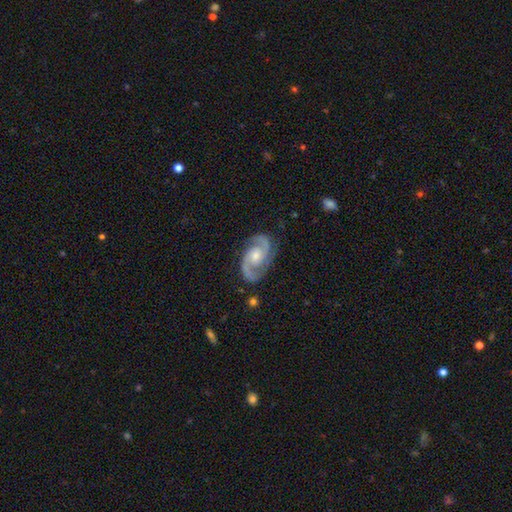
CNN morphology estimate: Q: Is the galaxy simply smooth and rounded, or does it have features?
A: featured or disk — 92%.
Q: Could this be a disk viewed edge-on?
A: no — 98%.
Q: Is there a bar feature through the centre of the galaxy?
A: no — 64%.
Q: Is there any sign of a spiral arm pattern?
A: yes — 98%.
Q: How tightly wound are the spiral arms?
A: medium — 59%.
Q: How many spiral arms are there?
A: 2 — 93%.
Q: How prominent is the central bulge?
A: moderate — 56%.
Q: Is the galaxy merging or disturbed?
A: none — 83%.